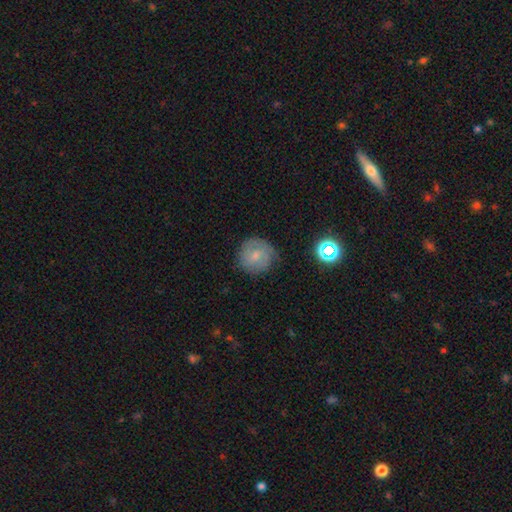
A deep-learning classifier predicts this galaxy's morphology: smooth 56%, featured or disk 34%, star or artifact 10%. Down the decision tree: how rounded — round (92%); merging — none (77%).